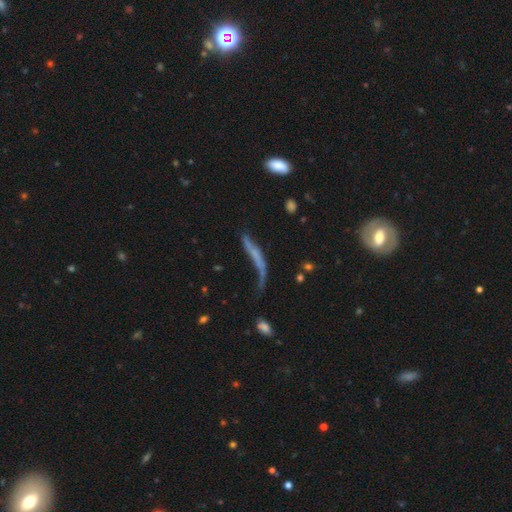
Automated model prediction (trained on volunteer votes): Smooth or featured: featured or disk — 48% (smooth — 39%)
Merging: major disturbance — 40% (none — 29%)